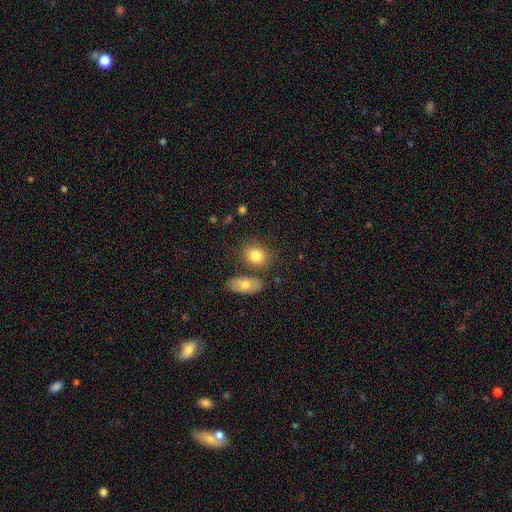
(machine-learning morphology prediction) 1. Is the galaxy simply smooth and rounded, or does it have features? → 80% smooth, 12% featured or disk, 8% star or artifact.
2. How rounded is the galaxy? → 52% in between, 46% round, 2% cigar-shaped.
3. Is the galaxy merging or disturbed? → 65% none, 19% merger, 12% minor disturbance, 4% major disturbance.